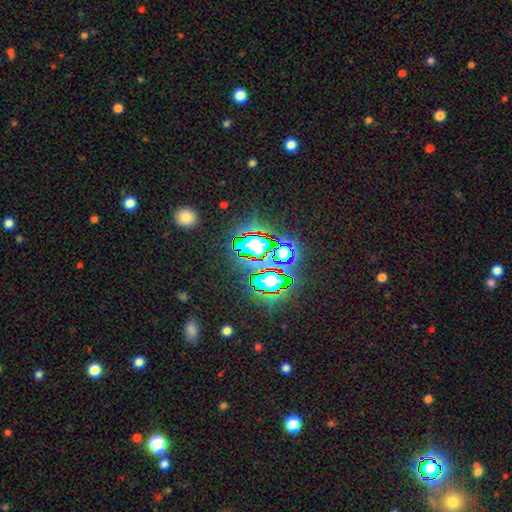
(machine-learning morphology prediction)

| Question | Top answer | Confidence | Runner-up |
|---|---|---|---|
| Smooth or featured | star or artifact | 81% | smooth (11%) |